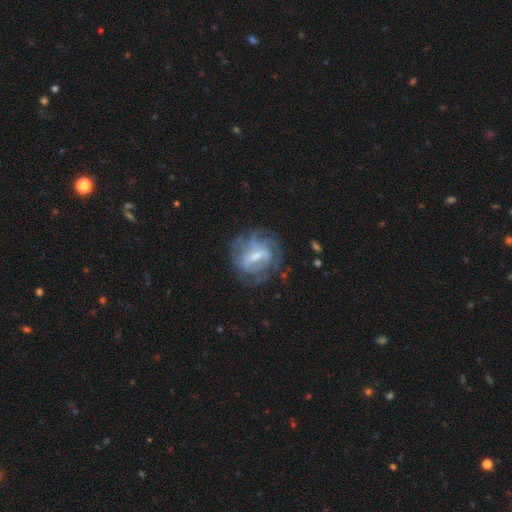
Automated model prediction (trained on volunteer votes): This appears to be a featured or disk galaxy (77%) with a weak bar (46%), tight (51%) spiral arms (80%) and a small central bulge (40%, tied with moderate). Merging: none (62%).